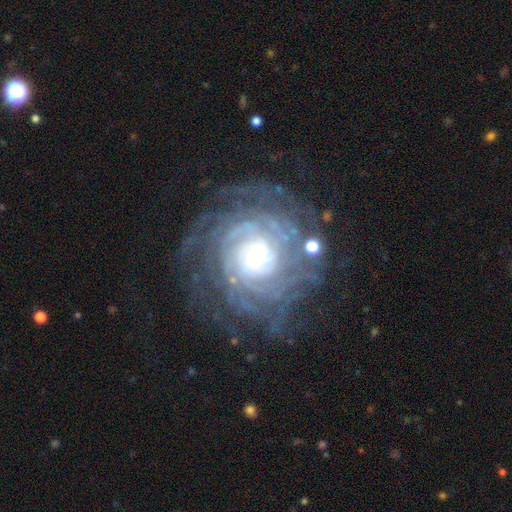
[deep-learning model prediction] This is clearly a featured or disk galaxy (91%). It is clearly not viewed edge-on (97%). Bar: possibly weak (48%). Spiral arm pattern: clearly yes (98%). Spiral arm count: marginally more than 4 (28%, tied with can't tell). Spiral winding: likely tight (79%). Central bulge: possibly small (60%). Merging: likely none (74%).